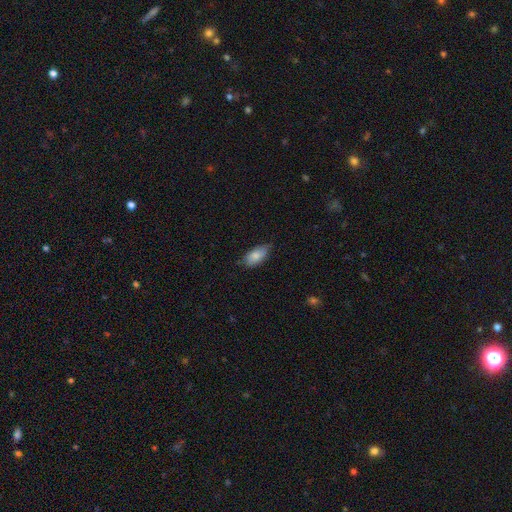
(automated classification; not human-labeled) Smooth or featured: smooth — 82% (featured or disk — 11%)
How rounded: in between — 91% (cigar-shaped — 6%)
Merging: none — 66% (minor disturbance — 29%)